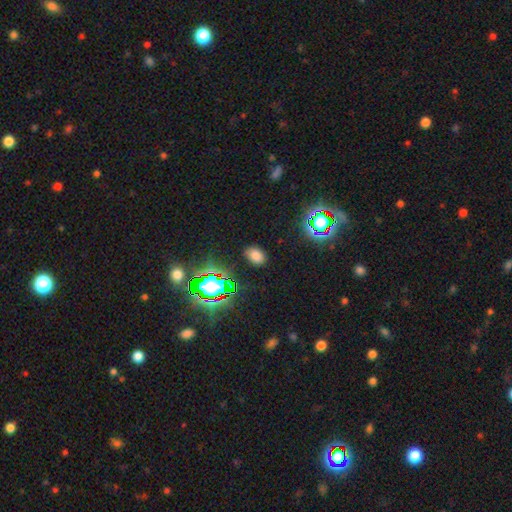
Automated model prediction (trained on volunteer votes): A smooth galaxy with no disk features (69%) that is in between round and cigar-shaped (78%).

Vote fractions:
- Smooth or featured? smooth: 69% / star or artifact: 24% / featured or disk: 7%
- How rounded? in between: 78% / round: 21% / cigar-shaped: 1%
- Merging? none: 85% / minor disturbance: 10% / major disturbance: 3% / merger: 2%